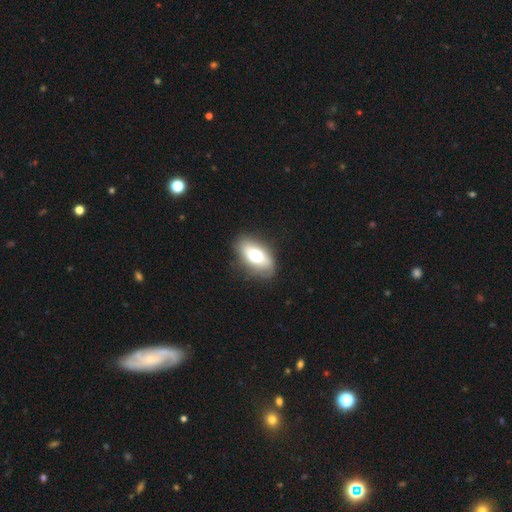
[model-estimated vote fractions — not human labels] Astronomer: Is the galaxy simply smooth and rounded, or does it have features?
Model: smooth — 61%.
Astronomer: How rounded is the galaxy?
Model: in between — 86%.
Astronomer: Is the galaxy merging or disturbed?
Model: none — 82%.